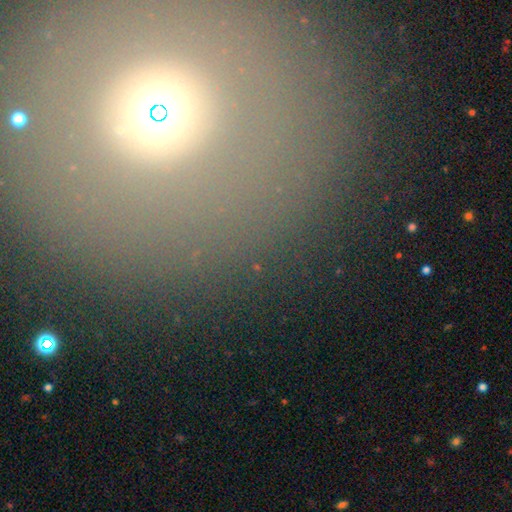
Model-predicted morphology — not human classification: Smooth or featured? Predicted: star or artifact (p=0.45).